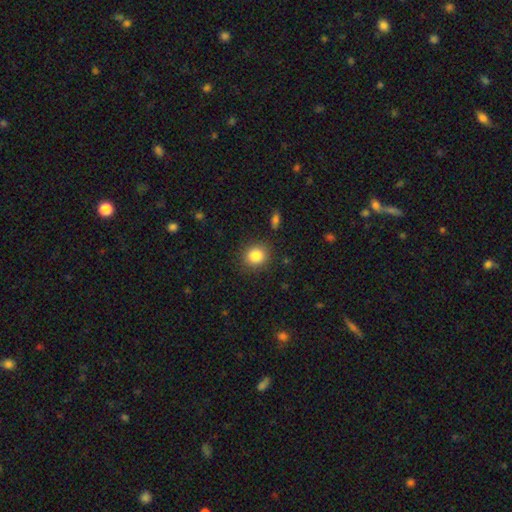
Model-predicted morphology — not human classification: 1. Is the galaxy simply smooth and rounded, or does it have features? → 84% smooth, 10% star or artifact, 6% featured or disk.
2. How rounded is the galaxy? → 76% round, 23% in between, 1% cigar-shaped.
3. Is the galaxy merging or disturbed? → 86% none, 9% minor disturbance, 3% major disturbance, 2% merger.